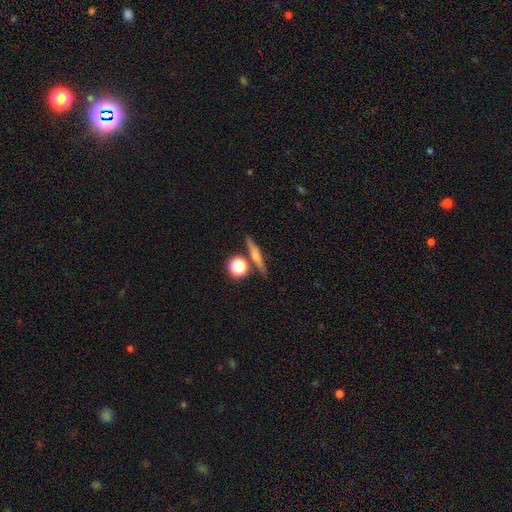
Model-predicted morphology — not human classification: A smooth galaxy with no disk features (47%).

Vote fractions:
- Smooth or featured? smooth: 47% / featured or disk: 41% / star or artifact: 11%
- Merging? none: 77% / minor disturbance: 10% / merger: 10% / major disturbance: 3%